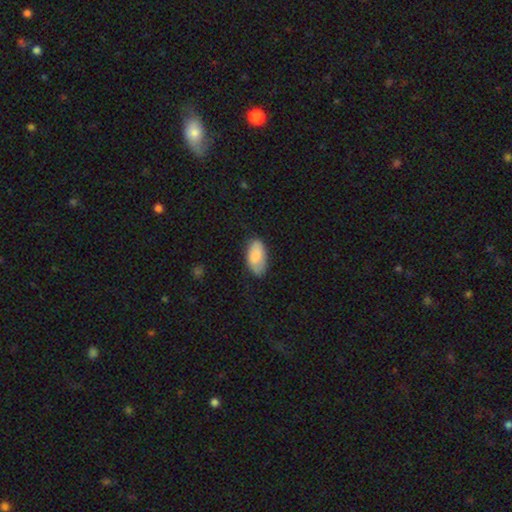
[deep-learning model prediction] smooth 86%, featured or disk 8%, star or artifact 6%. Down the decision tree: how rounded — in between (94%); merging — none (73%).